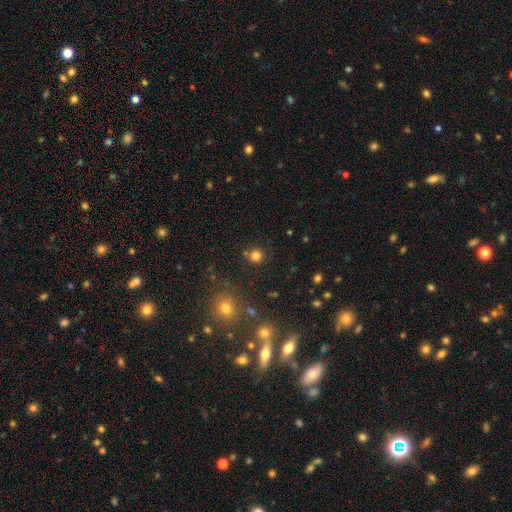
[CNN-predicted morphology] Smooth or featured? Predicted: smooth (p=0.79). How rounded? Predicted: round (p=0.93). Merging? Predicted: none (p=0.83).